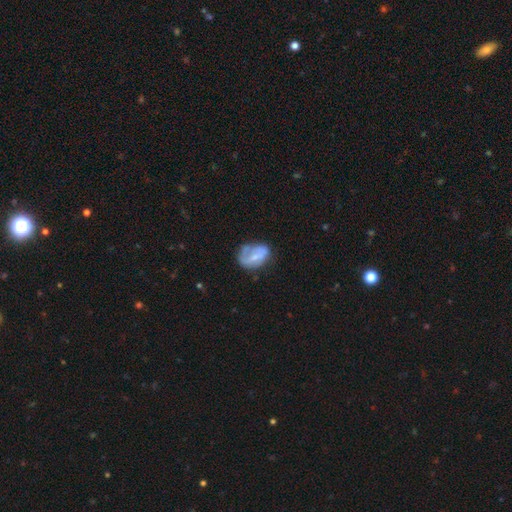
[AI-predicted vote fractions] Smooth or featured? featured or disk (49%)
Merging? none (43%)